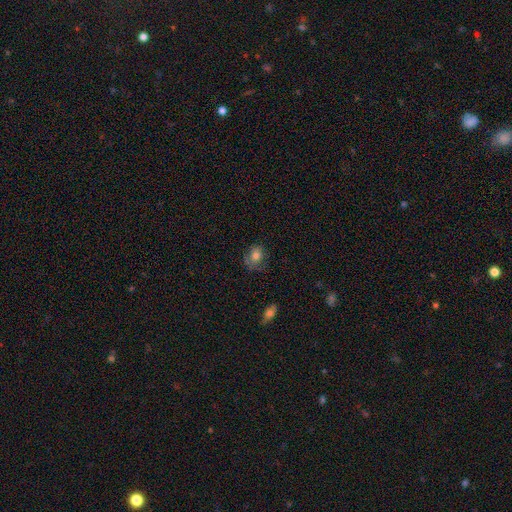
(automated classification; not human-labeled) Overall: smooth (73%). How rounded: in between (50%; round 49%). Merging: none (59%; minor disturbance 26%).